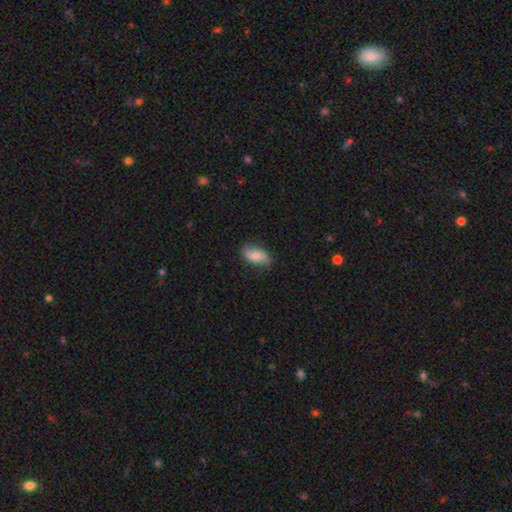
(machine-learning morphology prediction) A smooth galaxy with no disk features (65%) that is in between round and cigar-shaped (90%).

Vote fractions:
- Smooth or featured? smooth: 65% / featured or disk: 28% / star or artifact: 7%
- How rounded? in between: 90% / round: 5% / cigar-shaped: 5%
- Merging? none: 79% / minor disturbance: 17% / major disturbance: 3% / merger: 1%